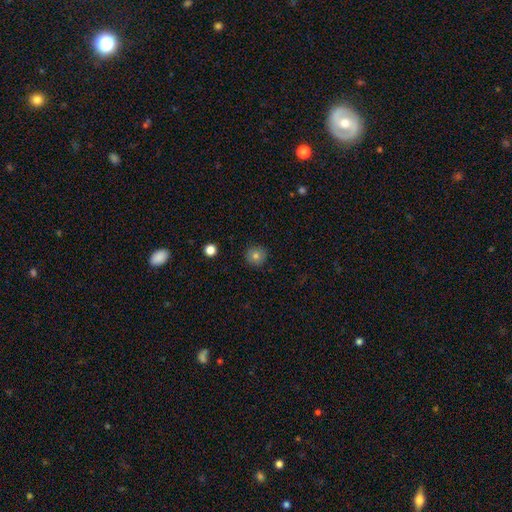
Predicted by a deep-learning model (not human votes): Morphology: type=smooth (80%); roundness=round (94%); merging=none (90%).